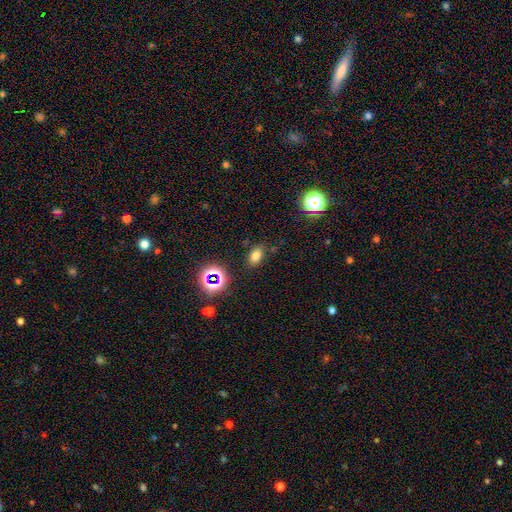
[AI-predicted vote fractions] This is likely a smooth galaxy (73%). How rounded: clearly in between (84%). Merging: clearly none (83%).